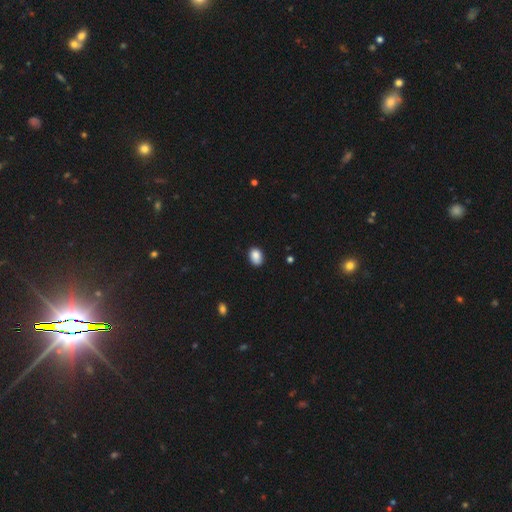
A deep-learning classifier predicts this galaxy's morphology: Smooth or featured? smooth (87%)
How rounded? in between (75%)
Merging? none (82%)